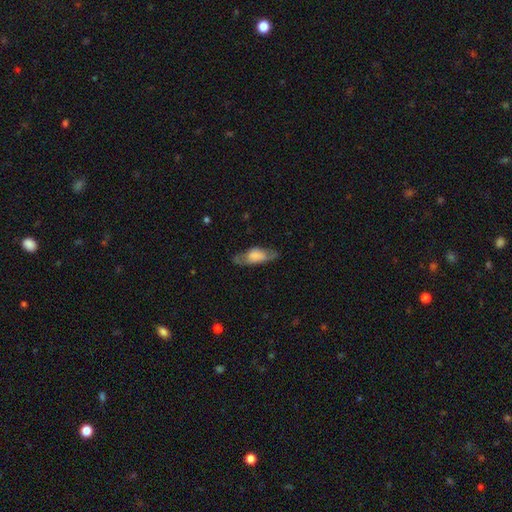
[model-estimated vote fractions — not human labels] This appears to be a smooth galaxy with no disk features (58%) that is in between round and cigar-shaped (71%). Merging: none (62%).